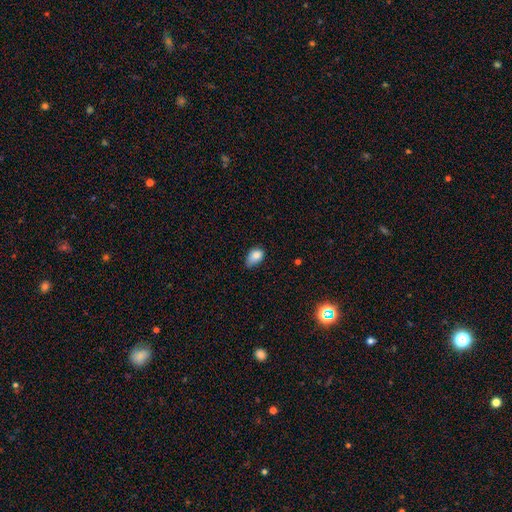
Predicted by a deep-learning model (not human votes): Smooth or featured? Predicted: smooth (p=0.84). How rounded? Predicted: in between (p=0.84). Merging? Predicted: minor disturbance (p=0.46).